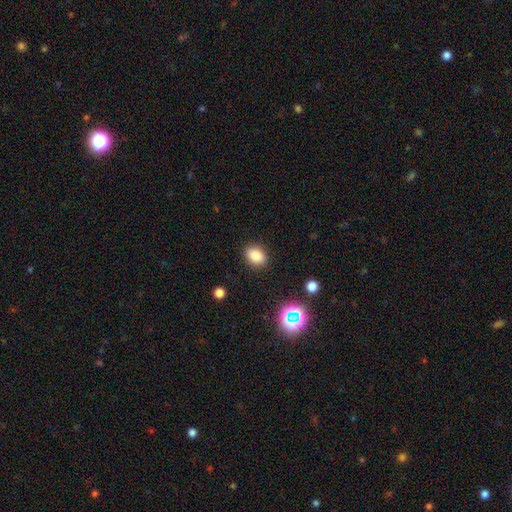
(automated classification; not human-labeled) smooth-or-featured: smooth: 84% | star or artifact: 12% | featured or disk: 5%
  how-rounded: in between: 70% | round: 29% | cigar-shaped: 1%
  merging: none: 88% | minor disturbance: 8% | major disturbance: 3% | merger: 1%